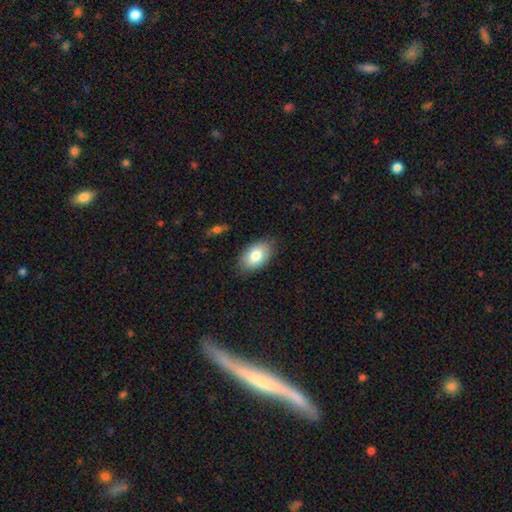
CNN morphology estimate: Smooth or featured: smooth — 80% (featured or disk — 12%)
How rounded: in between — 91% (round — 8%)
Merging: none — 82% (minor disturbance — 14%)